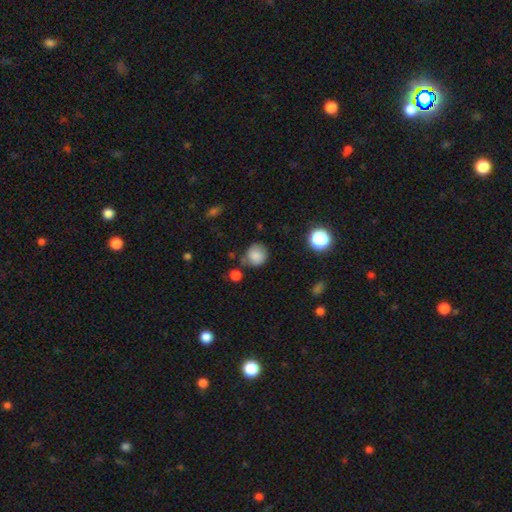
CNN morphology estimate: Smooth or featured: smooth — 84% (star or artifact — 11%)
How rounded: round — 86% (in between — 13%)
Merging: none — 70% (minor disturbance — 18%)